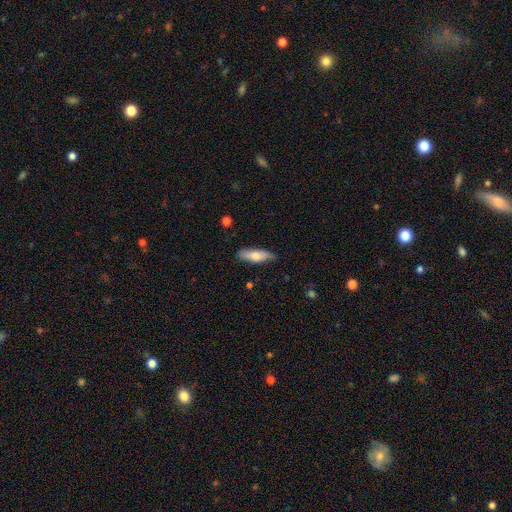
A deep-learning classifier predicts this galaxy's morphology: This is likely a smooth galaxy (69%). How rounded: possibly in between (52%). Merging: clearly none (81%).